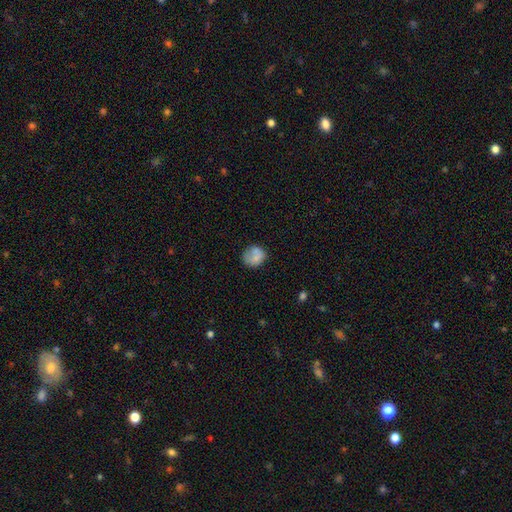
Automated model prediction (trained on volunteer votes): Overall: smooth (74%). How rounded: round (73%). Merging: none (54%; minor disturbance 21%).